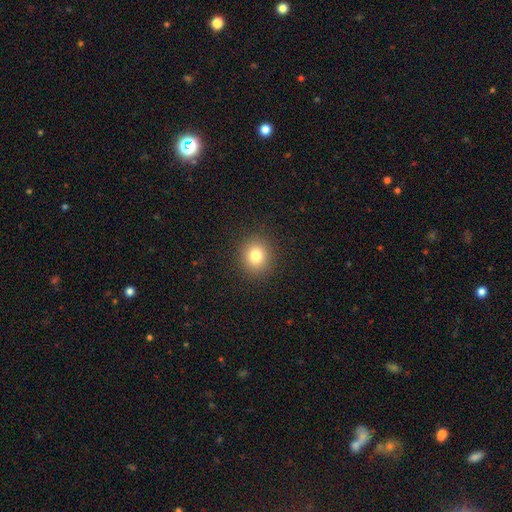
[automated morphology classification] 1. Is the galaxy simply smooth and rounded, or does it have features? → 81% smooth, 12% star or artifact, 7% featured or disk.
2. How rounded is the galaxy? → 82% round, 17% in between, 1% cigar-shaped.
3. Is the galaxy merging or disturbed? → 91% none, 6% minor disturbance, 2% major disturbance, 1% merger.